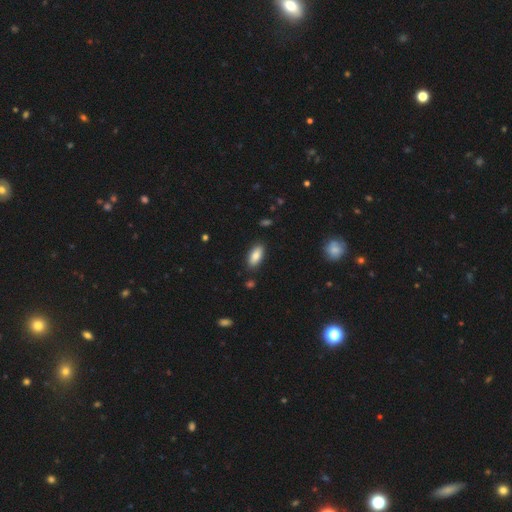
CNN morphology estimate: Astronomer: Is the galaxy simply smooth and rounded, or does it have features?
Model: smooth — 85%.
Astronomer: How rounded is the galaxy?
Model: in between — 87%.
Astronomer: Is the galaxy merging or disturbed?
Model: none — 87%.